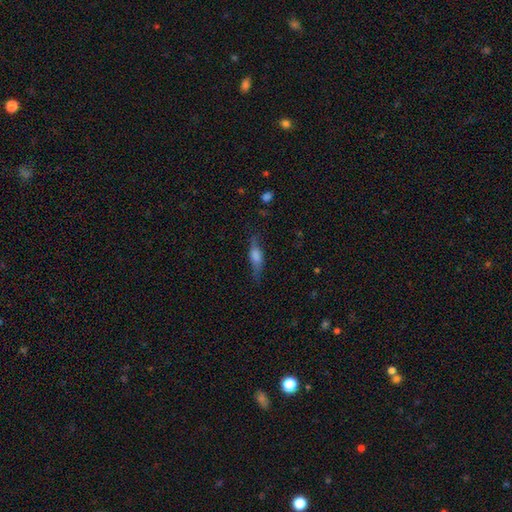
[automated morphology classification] A smooth galaxy with no disk features (46%).

Vote fractions:
- Smooth or featured? smooth: 46% / featured or disk: 45% / star or artifact: 9%
- Merging? none: 71% / minor disturbance: 20% / major disturbance: 7% / merger: 2%